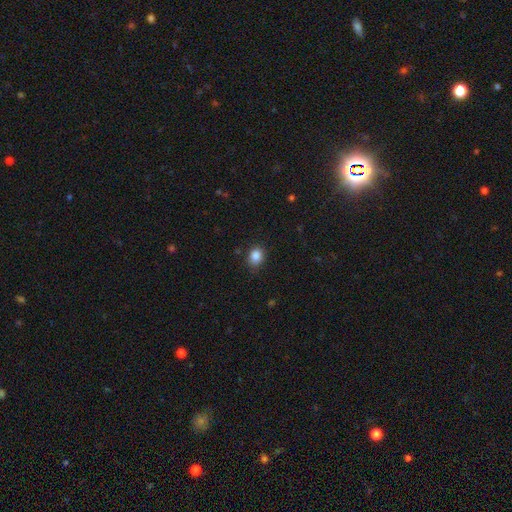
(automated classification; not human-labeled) Overall: smooth (86%). How rounded: round (54%; in between 45%). Merging: none (81%).